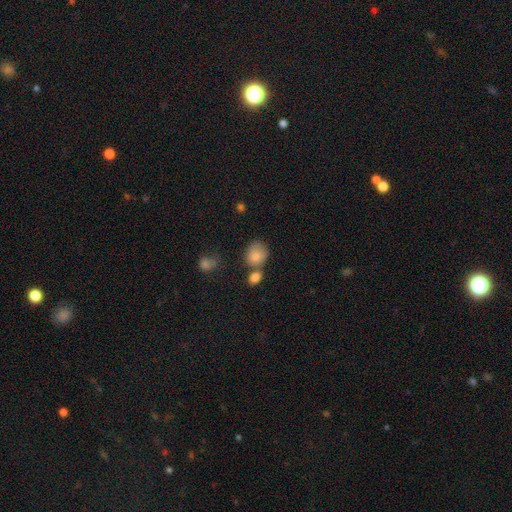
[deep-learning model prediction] This is clearly a smooth galaxy (83%). How rounded: possibly round (52%). Merging: marginally none (44%).